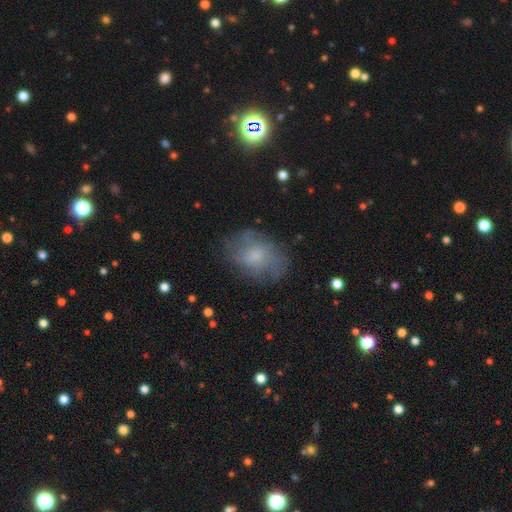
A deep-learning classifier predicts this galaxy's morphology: The model was most divided on "smooth or featured": smooth: 53%, featured or disk: 36%, star or artifact: 11%. More confident: how rounded — in between (75%); merging — none (65%).